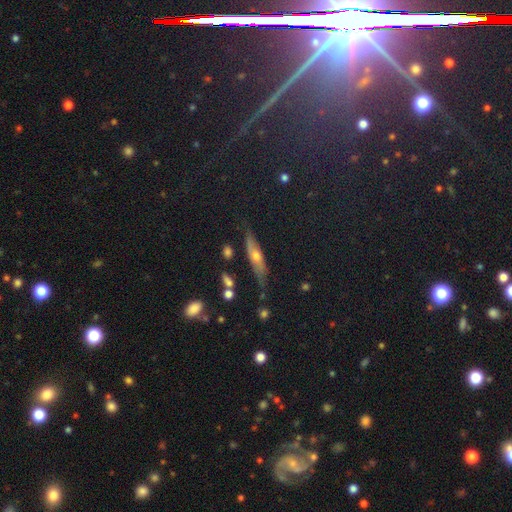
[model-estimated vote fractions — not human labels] Q: Smooth or featured?
A: featured or disk (47%); runner-up: smooth (38%)
Q: Merging?
A: none (72%); runner-up: minor disturbance (20%)